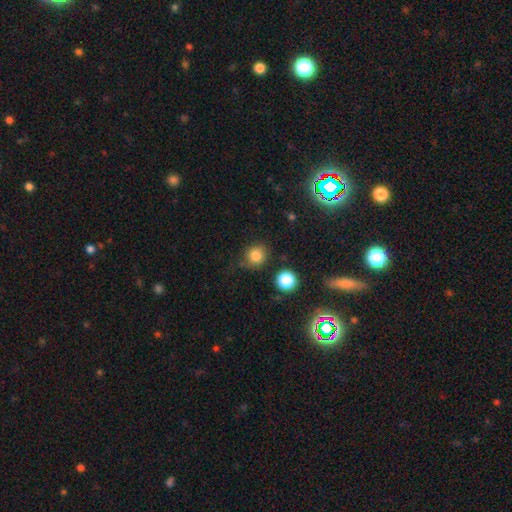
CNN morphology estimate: type=smooth (82%); roundness=round (88%); merging=none (77%).